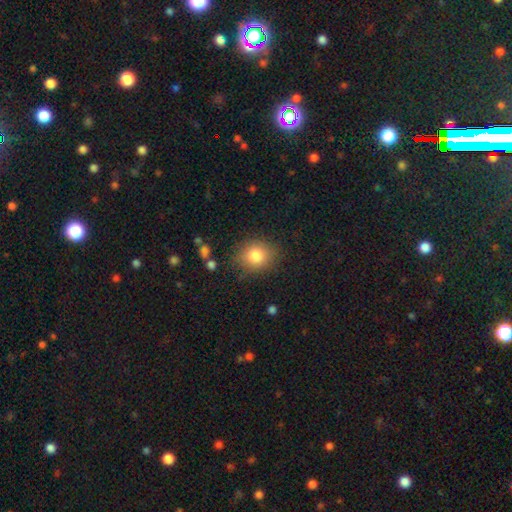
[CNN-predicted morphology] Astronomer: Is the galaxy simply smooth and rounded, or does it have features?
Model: smooth — 82%.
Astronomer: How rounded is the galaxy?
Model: round — 73%.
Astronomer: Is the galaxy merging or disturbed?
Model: none — 82%.